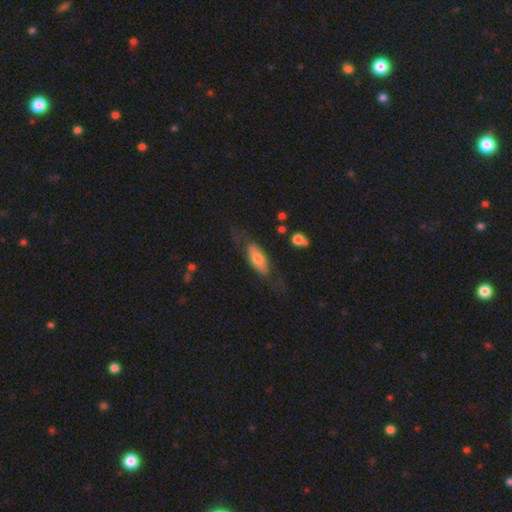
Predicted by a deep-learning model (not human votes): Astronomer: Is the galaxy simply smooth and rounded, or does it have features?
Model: featured or disk — 47% (runner-up: smooth, 46%).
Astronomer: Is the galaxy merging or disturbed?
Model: none — 62%.